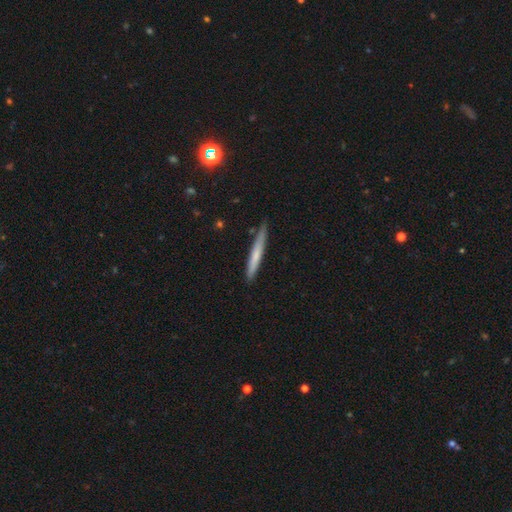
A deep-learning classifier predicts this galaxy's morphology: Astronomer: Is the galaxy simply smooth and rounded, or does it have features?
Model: smooth — 62%.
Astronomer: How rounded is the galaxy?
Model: cigar-shaped — 96%.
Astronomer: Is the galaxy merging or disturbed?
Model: none — 83%.